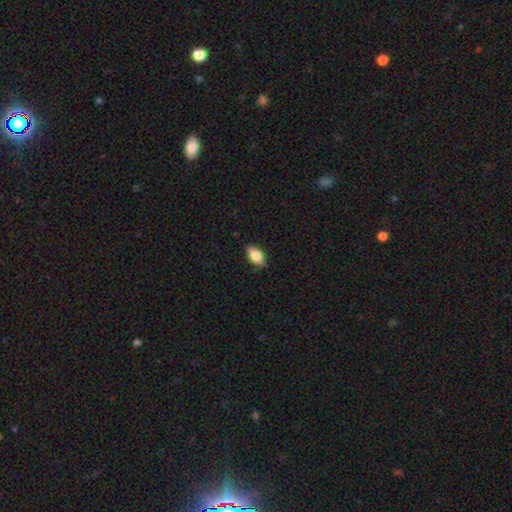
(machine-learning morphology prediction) Smooth or featured? Predicted: smooth (p=0.76). How rounded? Predicted: in between (p=0.88). Merging? Predicted: none (p=0.84).